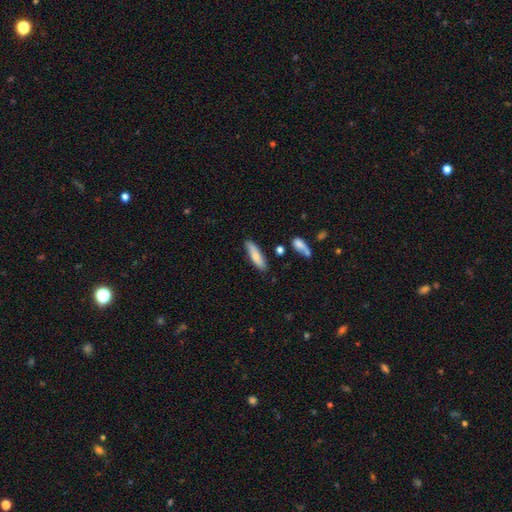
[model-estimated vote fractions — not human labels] The model was most divided on "how rounded": cigar-shaped: 67%, in between: 31%, round: 2%. More confident: merging — none (81%); smooth or featured — smooth (73%).